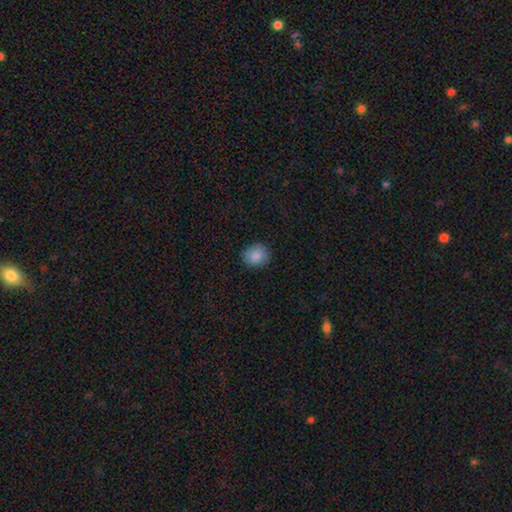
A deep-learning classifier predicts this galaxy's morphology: Smooth or featured?
  - smooth: 88% *
  - star or artifact: 8%
  - featured or disk: 4%
How rounded?
  - round: 72% *
  - in between: 27%
  - cigar-shaped: 1%
Merging?
  - none: 87% *
  - minor disturbance: 10%
  - major disturbance: 2%
  - merger: 1%